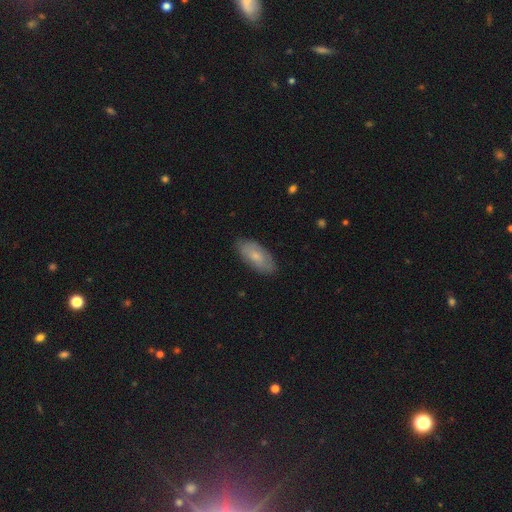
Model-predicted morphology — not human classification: Smooth or featured? smooth (71%)
How rounded? in between (88%)
Merging? none (84%)